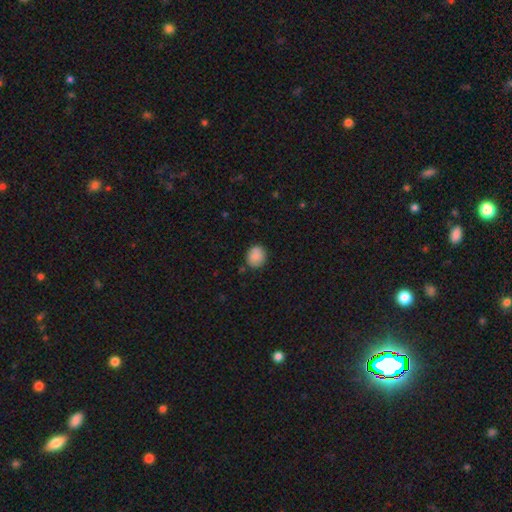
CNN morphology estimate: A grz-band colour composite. It shows a smooth galaxy with no disk features (87%) that is round (72%). Merging: none (81%).